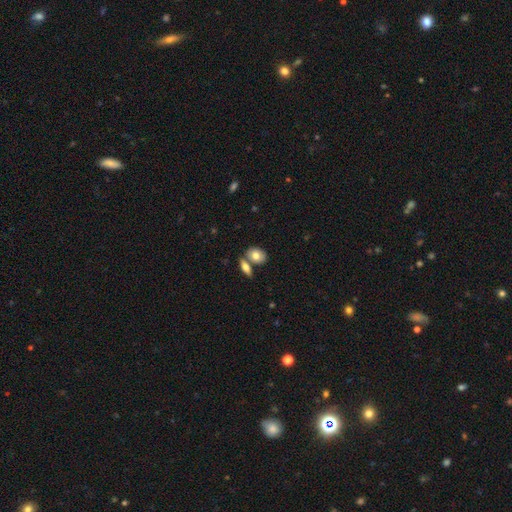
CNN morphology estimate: Smooth or featured: smooth — 76% (featured or disk — 17%)
How rounded: in between — 75% (round — 22%)
Merging: none — 56% (merger — 30%)